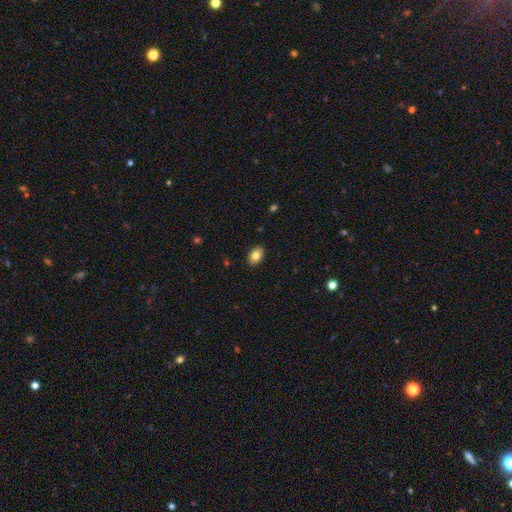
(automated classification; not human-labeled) This is clearly a smooth galaxy (82%). How rounded: clearly in between (83%). Merging: clearly none (89%).